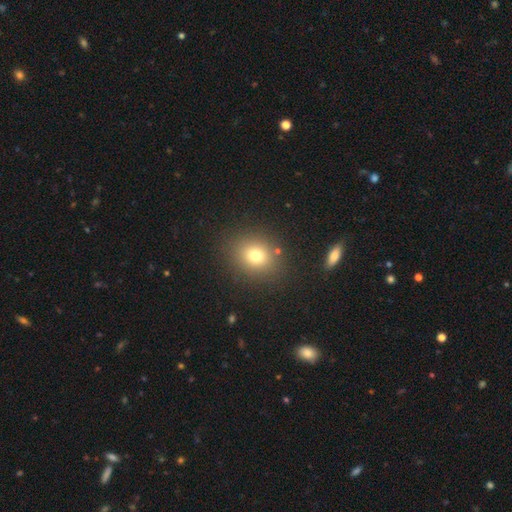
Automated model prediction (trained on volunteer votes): A smooth galaxy with no disk features (75%) that is round (71%). Merging: none (86%).